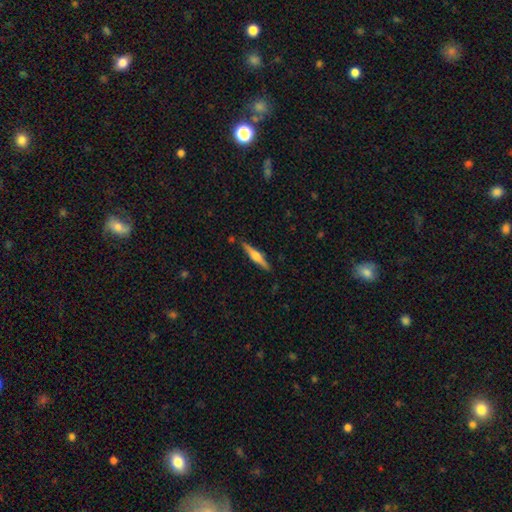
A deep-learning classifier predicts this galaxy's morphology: Q: Smooth or featured?
A: featured or disk (64%); runner-up: smooth (30%)
Q: Edge-on disk?
A: yes (98%); runner-up: no (2%)
Q: Edge-on bulge?
A: rounded (85%); runner-up: boxy (10%)
Q: Merging?
A: none (88%); runner-up: minor disturbance (9%)